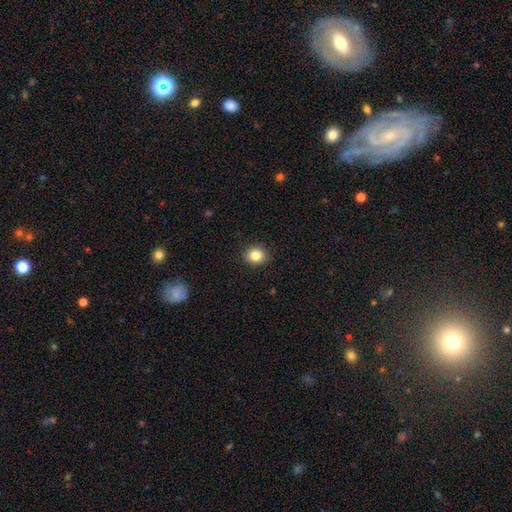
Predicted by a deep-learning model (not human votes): smooth_or_featured: smooth (p=0.85) [alt: star or artifact p=0.10]
how_rounded: round (p=0.70) [alt: in between p=0.30]
merging: none (p=0.90) [alt: minor disturbance p=0.07]